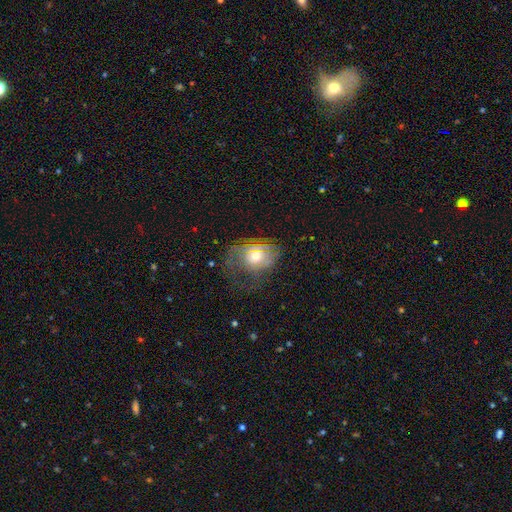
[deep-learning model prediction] smooth-or-featured: featured or disk: 44% (tied) | smooth: 44% (tied) | star or artifact: 12%
  merging: none: 43% | major disturbance: 30% | minor disturbance: 25% | merger: 2%